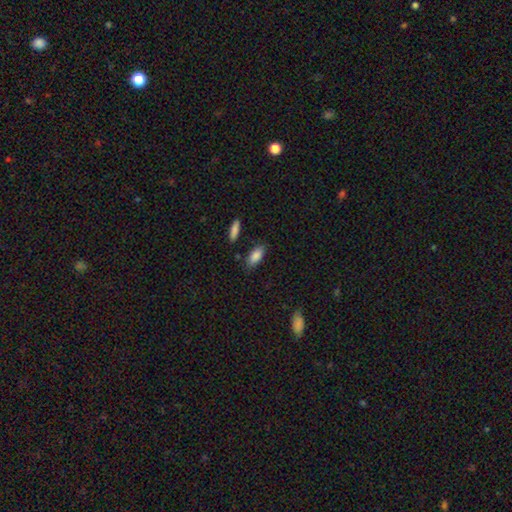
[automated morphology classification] A smooth galaxy with no disk features (87%) that is in between round and cigar-shaped (84%). Merging: none (82%).